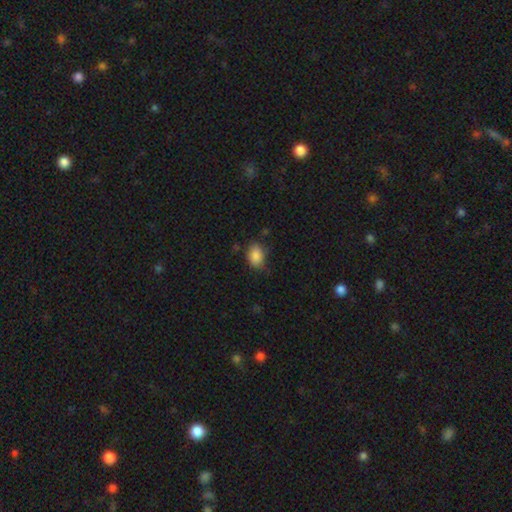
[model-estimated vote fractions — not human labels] This is clearly a smooth galaxy (87%). How rounded: likely in between (78%). Merging: likely none (70%).